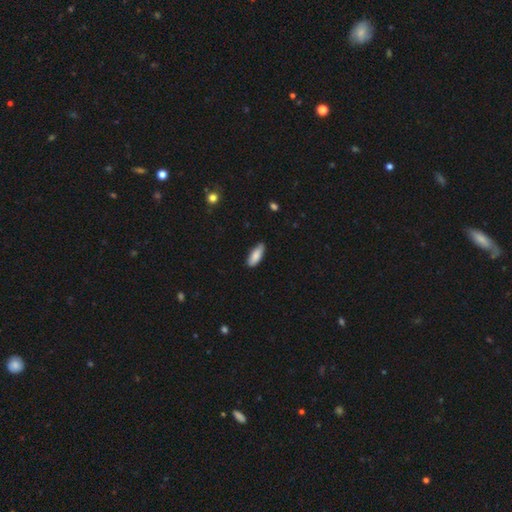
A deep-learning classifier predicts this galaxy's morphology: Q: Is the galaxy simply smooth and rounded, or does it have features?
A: smooth — 86%.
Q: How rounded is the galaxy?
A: in between — 73%.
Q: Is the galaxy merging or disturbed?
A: none — 79%.